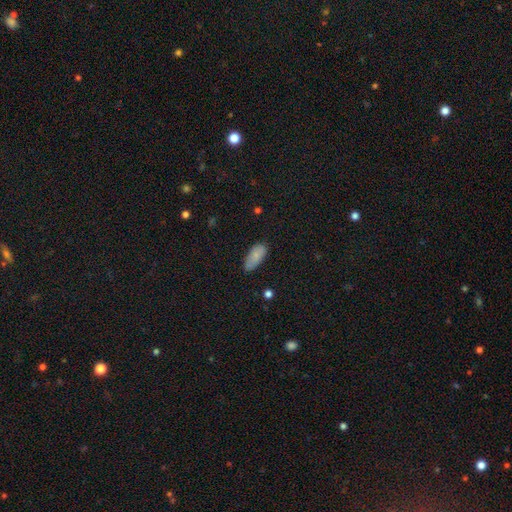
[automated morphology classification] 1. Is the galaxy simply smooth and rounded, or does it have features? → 85% smooth, 8% featured or disk, 7% star or artifact.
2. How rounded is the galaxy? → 88% in between, 9% cigar-shaped, 2% round.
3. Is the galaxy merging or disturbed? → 72% none, 23% minor disturbance, 4% major disturbance, 2% merger.